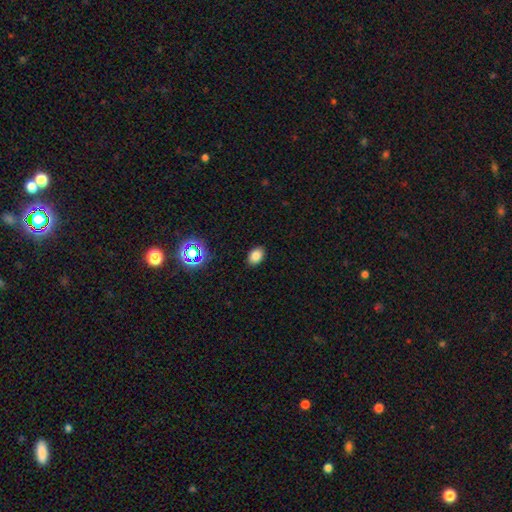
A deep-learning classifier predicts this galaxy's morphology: The model was most divided on "how rounded": in between: 81%, round: 18%, cigar-shaped: 1%. More confident: merging — none (87%); smooth or featured — smooth (80%).